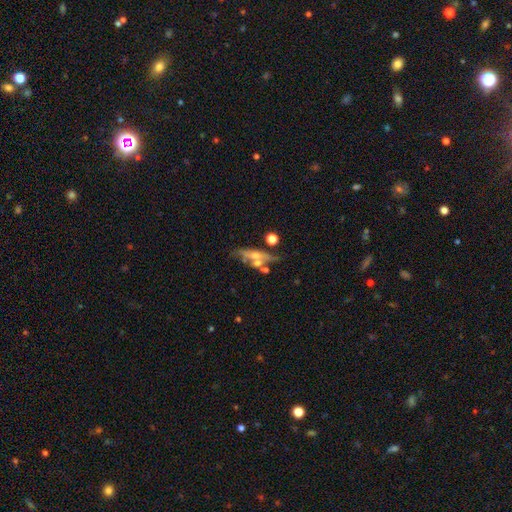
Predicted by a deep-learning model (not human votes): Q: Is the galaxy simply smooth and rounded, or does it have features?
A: featured or disk — 56%.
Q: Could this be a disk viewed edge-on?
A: yes — 55%.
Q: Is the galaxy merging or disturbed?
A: none — 48%.